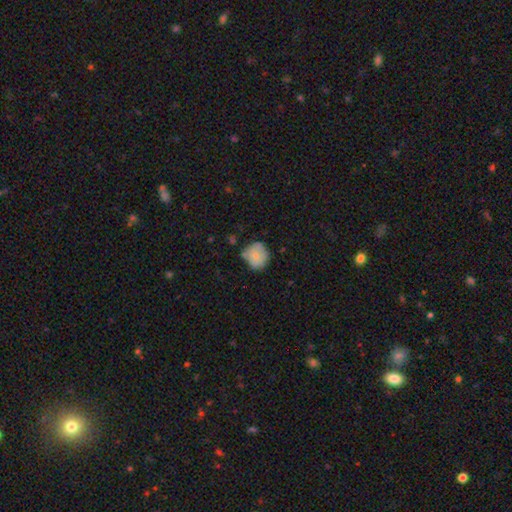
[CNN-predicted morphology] Smooth or featured?
  - smooth: 76% *
  - featured or disk: 16%
  - star or artifact: 8%
How rounded?
  - round: 84% *
  - in between: 15%
  - cigar-shaped: 1%
Merging?
  - none: 58% *
  - minor disturbance: 29%
  - major disturbance: 7%
  - merger: 5%